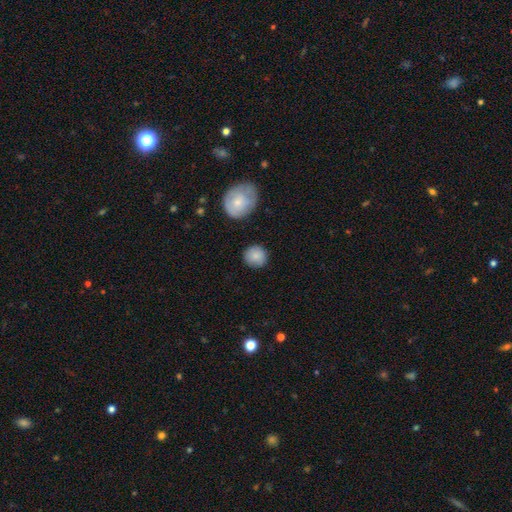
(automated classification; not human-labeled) Smooth or featured? smooth (85%)
How rounded? round (91%)
Merging? none (86%)